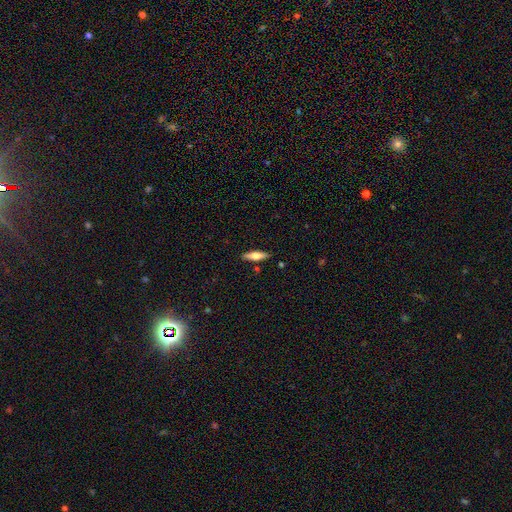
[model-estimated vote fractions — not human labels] Overall: smooth (49%; featured or disk 45%). Merging: none (86%).